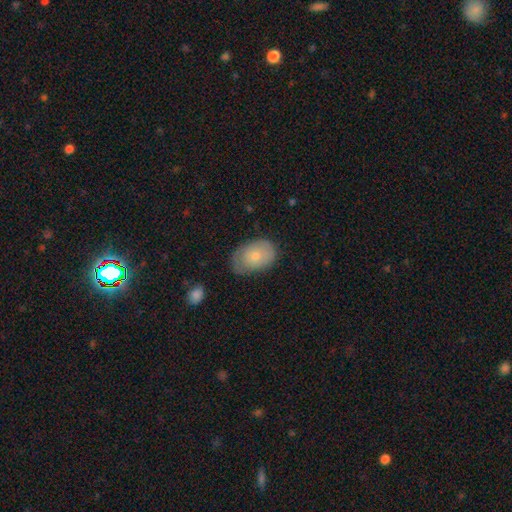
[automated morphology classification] Q: Smooth or featured?
A: smooth (70%); runner-up: featured or disk (23%)
Q: How rounded?
A: in between (83%); runner-up: round (16%)
Q: Merging?
A: none (61%); runner-up: minor disturbance (29%)